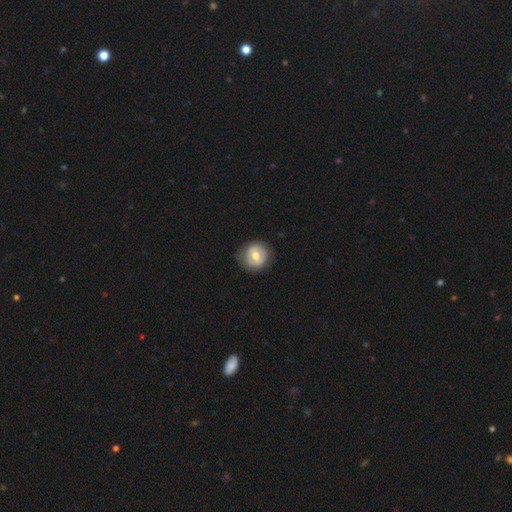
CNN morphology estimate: Q: Smooth or featured?
A: smooth (54%); runner-up: featured or disk (39%)
Q: How rounded?
A: round (88%); runner-up: in between (11%)
Q: Merging?
A: none (81%); runner-up: minor disturbance (14%)